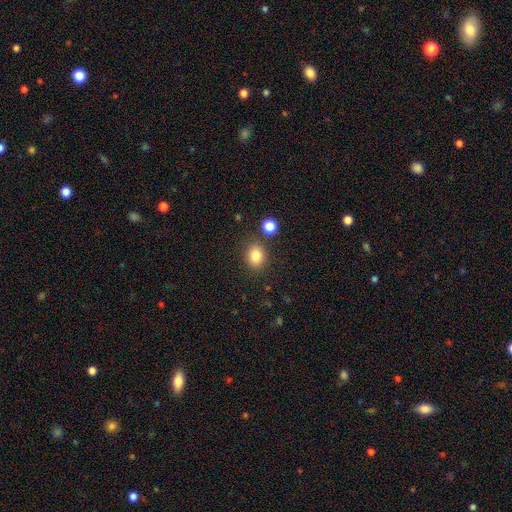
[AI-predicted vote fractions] This is clearly a smooth galaxy (83%). How rounded: possibly round (53%). Merging: clearly none (81%).